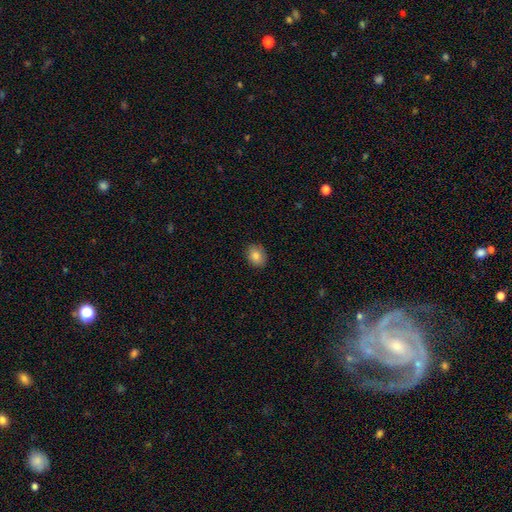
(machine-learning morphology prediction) Smooth or featured: smooth — 83% (star or artifact — 9%)
How rounded: in between — 57% (round — 42%)
Merging: none — 88% (minor disturbance — 9%)